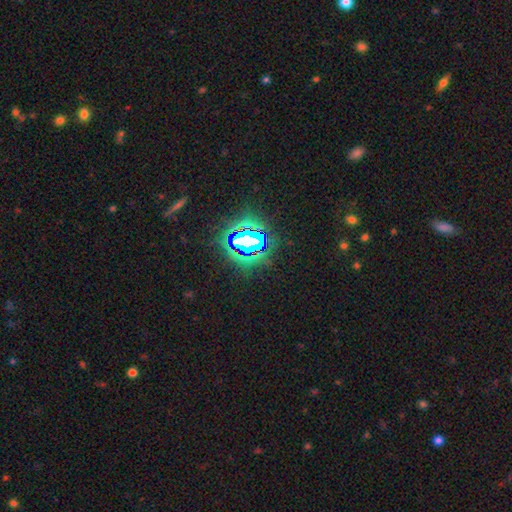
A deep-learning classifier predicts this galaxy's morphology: Smooth or featured? Predicted: star or artifact (p=0.81).